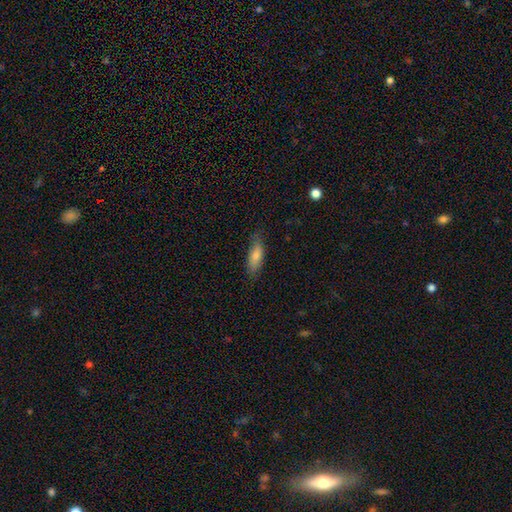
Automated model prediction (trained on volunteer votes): Smooth or featured? smooth (80%)
How rounded? in between (65%)
Merging? none (76%)